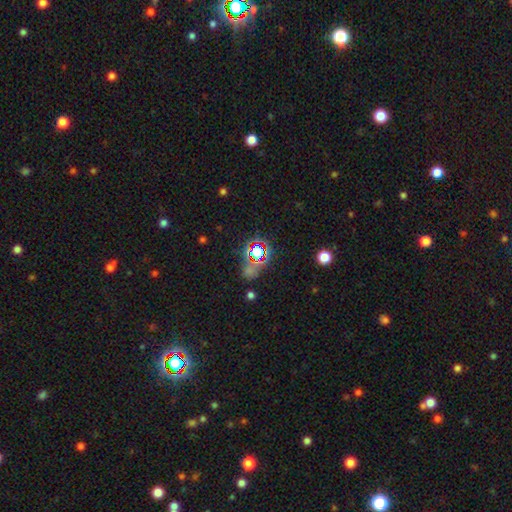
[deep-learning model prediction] This appears to be a star or artifact, not a galaxy (65%).